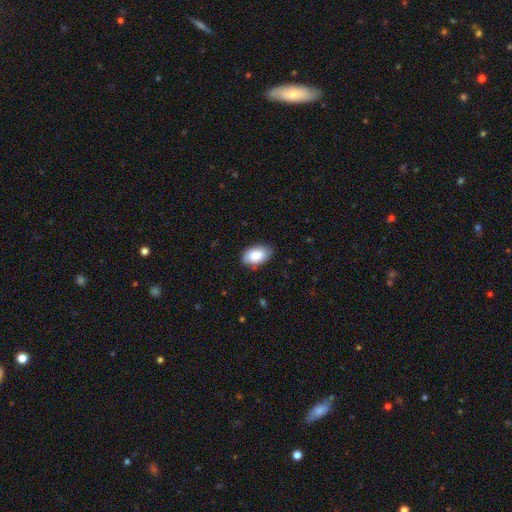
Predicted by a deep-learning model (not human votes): Morphology: type=smooth (88%); roundness=in between (94%); merging=none (81%).